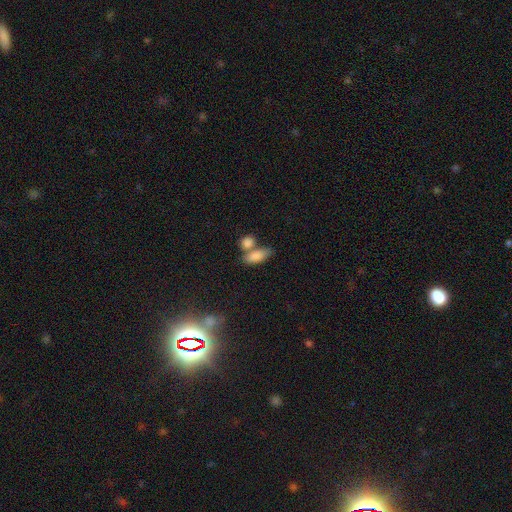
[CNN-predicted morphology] Smooth or featured? smooth (83%)
How rounded? in between (80%)
Merging? none (42%)